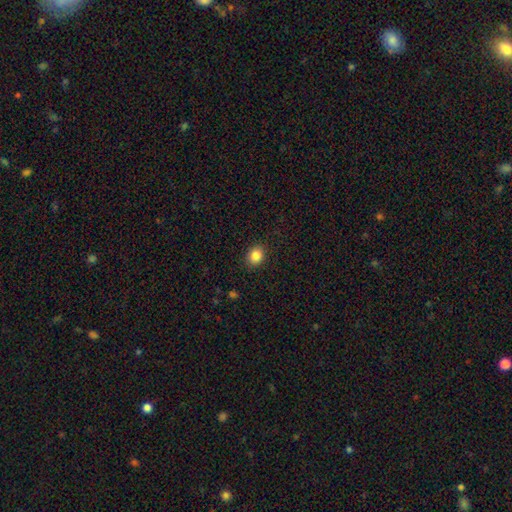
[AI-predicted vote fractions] Morphology: type=smooth (86%); roundness=round (58%); merging=none (89%).